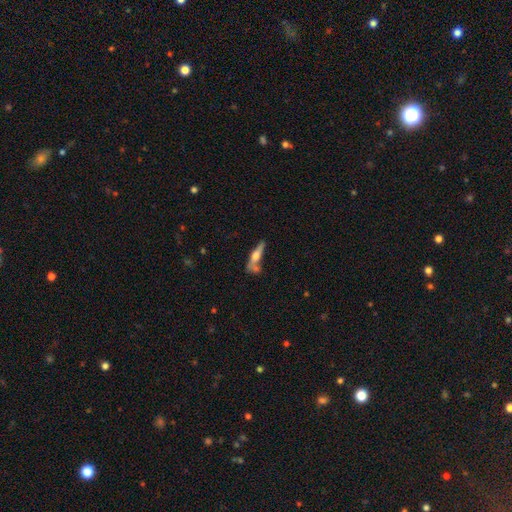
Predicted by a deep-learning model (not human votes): Smooth or featured: featured or disk — 51% (smooth — 42%)
Edge-on disk: yes — 86% (no — 14%)
Merging: none — 46% (merger — 25%)